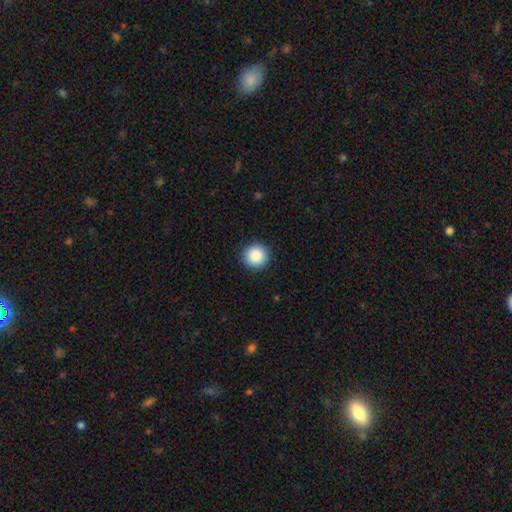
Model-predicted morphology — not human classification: Smooth or featured? Predicted: smooth (p=0.88). How rounded? Predicted: round (p=0.95). Merging? Predicted: none (p=0.92).